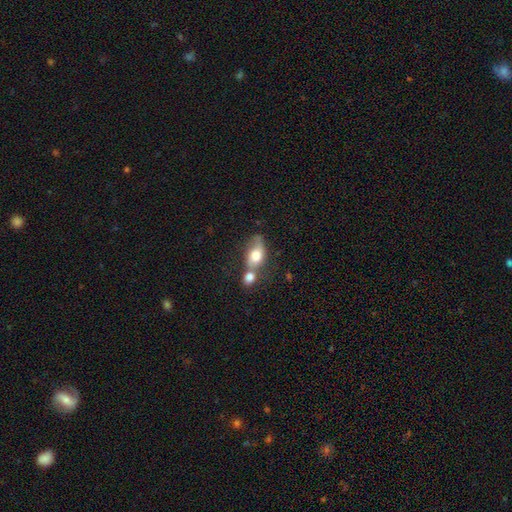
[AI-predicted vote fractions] Smooth or featured? Predicted: smooth (p=0.68). How rounded? Predicted: in between (p=0.78). Merging? Predicted: merger (p=0.50).